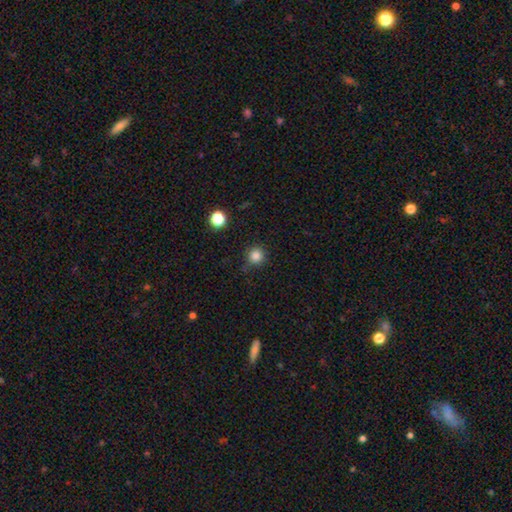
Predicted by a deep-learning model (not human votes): A smooth galaxy with no disk features (84%) that is round (94%).

Vote fractions:
- Smooth or featured? smooth: 84% / star or artifact: 12% / featured or disk: 4%
- How rounded? round: 94% / in between: 5% / cigar-shaped: 1%
- Merging? none: 86% / minor disturbance: 9% / major disturbance: 3% / merger: 2%